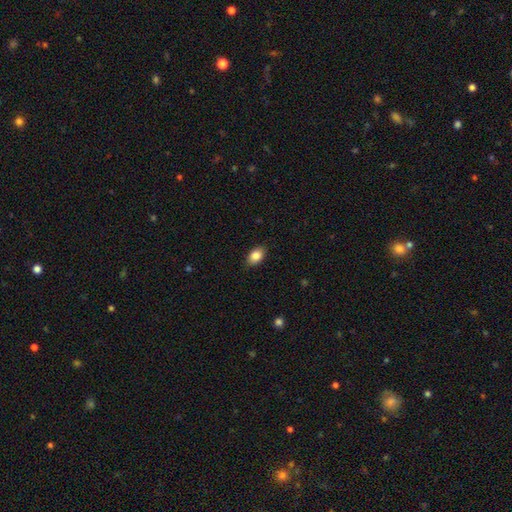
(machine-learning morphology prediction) This appears to be a smooth galaxy with no disk features (86%) that is in between round and cigar-shaped (87%). Merging: none (87%).